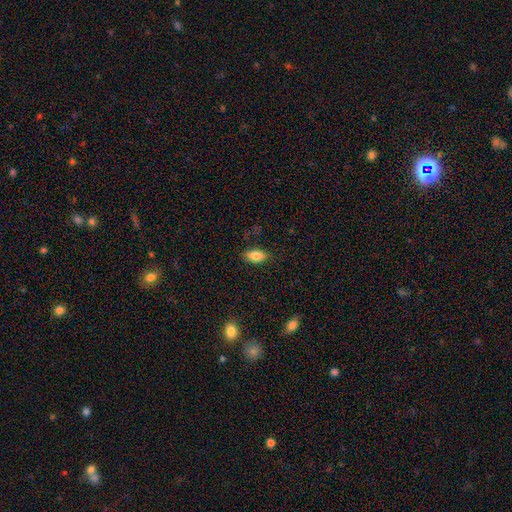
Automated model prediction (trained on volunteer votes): A smooth galaxy with no disk features (79%) that is in between round and cigar-shaped (86%).

Vote fractions:
- Smooth or featured? smooth: 79% / featured or disk: 13% / star or artifact: 8%
- How rounded? in between: 86% / cigar-shaped: 10% / round: 4%
- Merging? none: 82% / minor disturbance: 14% / major disturbance: 3% / merger: 1%